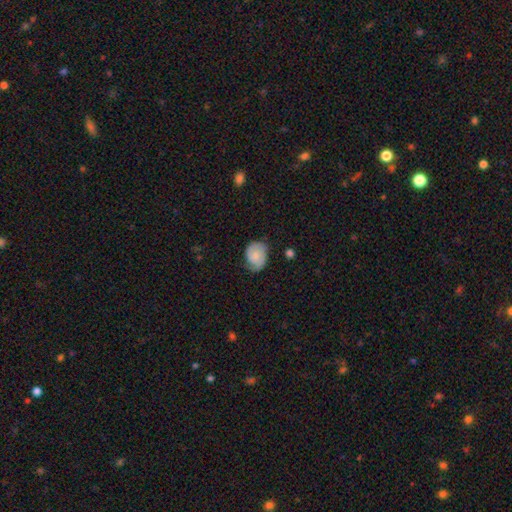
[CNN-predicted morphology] The model was most divided on "smooth or featured": smooth: 49%, featured or disk: 44%, star or artifact: 7%. More confident: merging — none (59%).